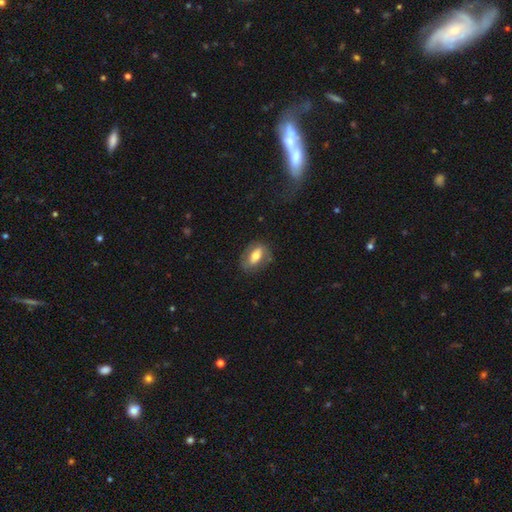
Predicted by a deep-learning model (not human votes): Smooth or featured? Predicted: smooth (p=0.55). How rounded? Predicted: in between (p=0.85). Merging? Predicted: none (p=0.73).